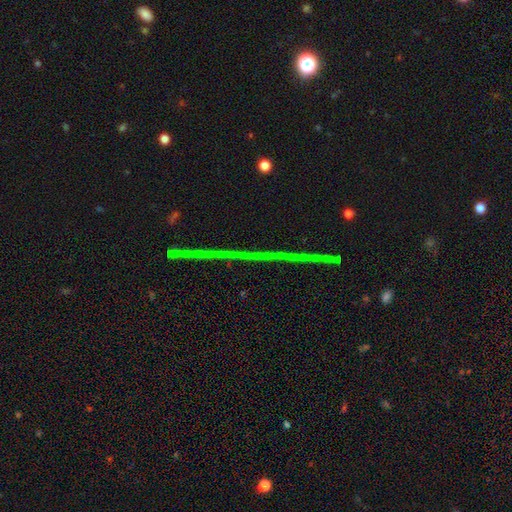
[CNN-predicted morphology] This is likely a star or artifact rather than a galaxy (77%).